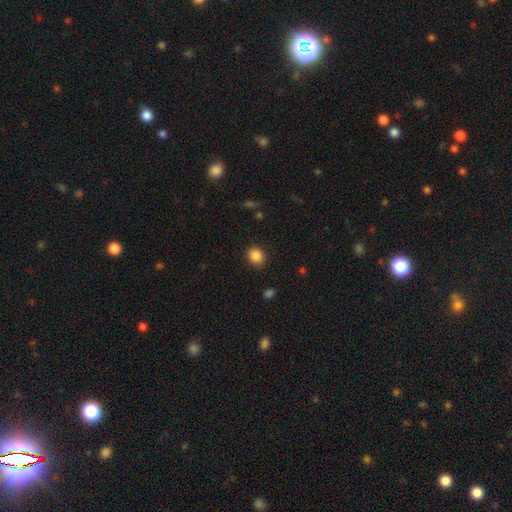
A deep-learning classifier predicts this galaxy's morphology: This is clearly a smooth galaxy (86%). How rounded: likely round (68%). Merging: clearly none (86%).